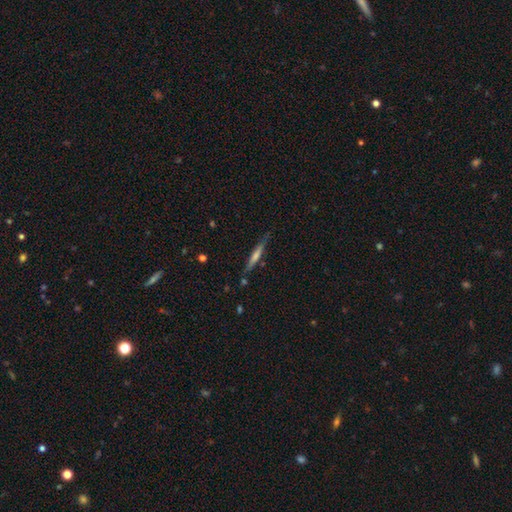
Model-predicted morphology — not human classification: The model was most divided on "edge-on bulge": rounded: 47%, none: 35%, boxy: 18%. More confident: edge-on disk — yes (96%); merging — none (83%); smooth or featured — featured or disk (58%).